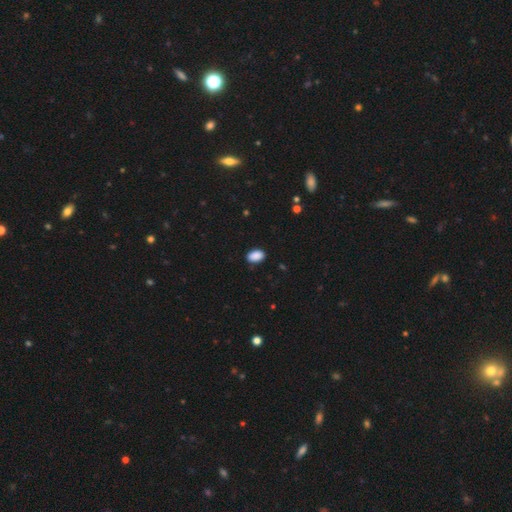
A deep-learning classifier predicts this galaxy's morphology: Smooth or featured? smooth (90%)
How rounded? in between (90%)
Merging? none (86%)